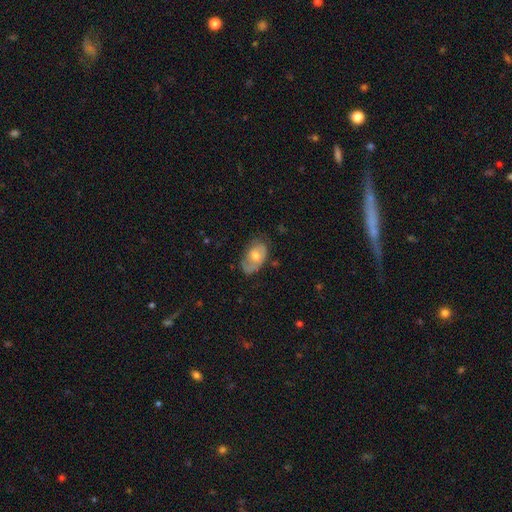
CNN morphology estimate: A featured or disk galaxy (47%). Merging: none (59%).